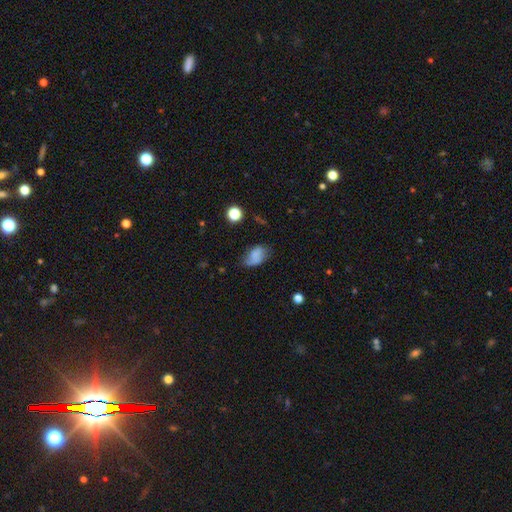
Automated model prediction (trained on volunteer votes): This appears to be a smooth galaxy with no disk features (71%) that is in between round and cigar-shaped (86%). Merging: none (49%).